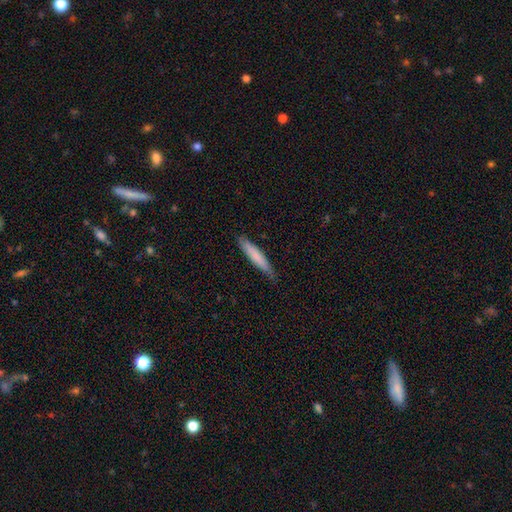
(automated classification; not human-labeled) smooth-or-featured: smooth: 77% | featured or disk: 18% | star or artifact: 5%
  how-rounded: cigar-shaped: 90% | in between: 9% | round: 1%
  merging: none: 77% | minor disturbance: 19% | major disturbance: 3% | merger: 1%